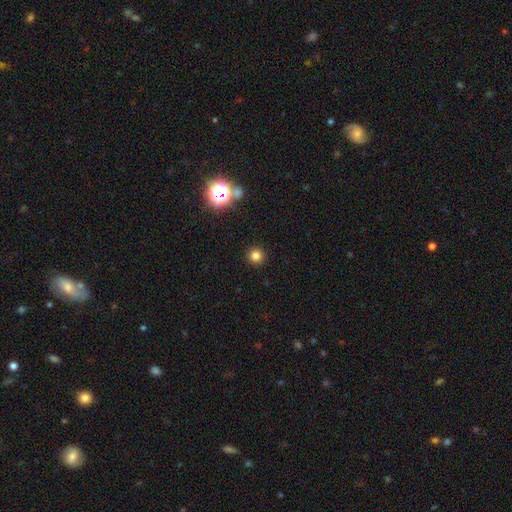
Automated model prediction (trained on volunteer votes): Q: Smooth or featured?
A: smooth (79%); runner-up: star or artifact (16%)
Q: How rounded?
A: round (95%); runner-up: in between (4%)
Q: Merging?
A: none (92%); runner-up: minor disturbance (5%)